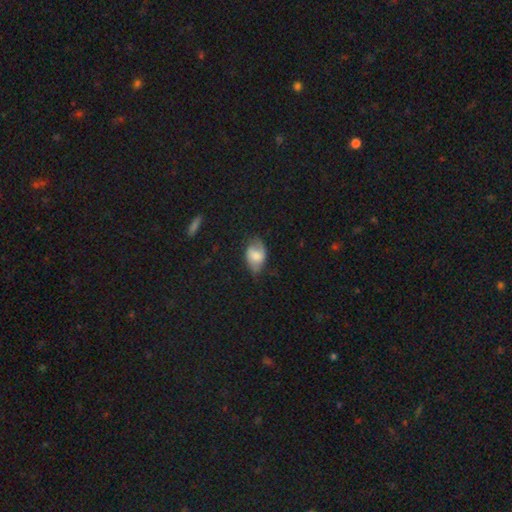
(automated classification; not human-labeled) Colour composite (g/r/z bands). It shows a smooth galaxy with no disk features (62%) that is in between round and cigar-shaped (83%). Merging: none (49%).